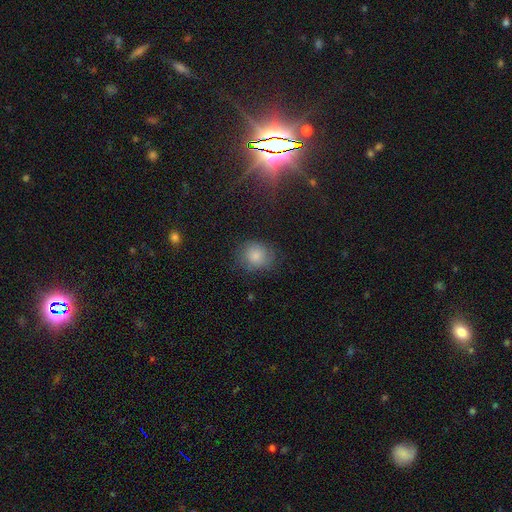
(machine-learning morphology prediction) The model was most divided on "how rounded": round: 72%, in between: 27%, cigar-shaped: 1%. More confident: smooth or featured — smooth (80%); merging — none (73%).